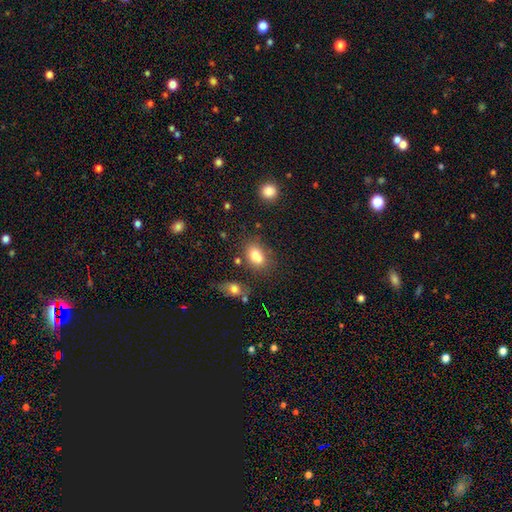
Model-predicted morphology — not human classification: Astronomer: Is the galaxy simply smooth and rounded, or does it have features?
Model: smooth — 78%.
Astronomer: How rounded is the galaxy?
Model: in between — 76%.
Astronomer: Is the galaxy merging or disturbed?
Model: none — 53%.